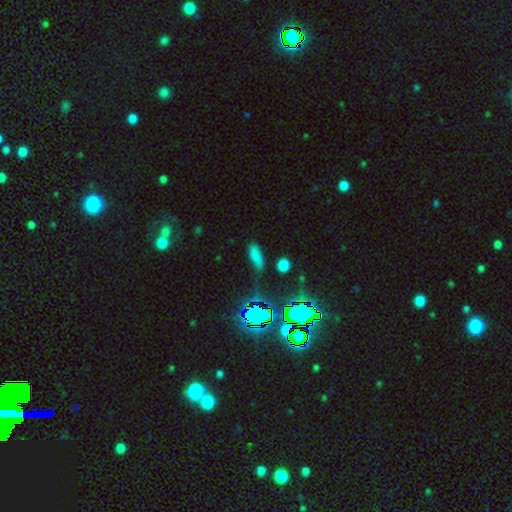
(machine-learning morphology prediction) Smooth or featured?
  - smooth: 70% *
  - star or artifact: 19%
  - featured or disk: 10%
How rounded?
  - in between: 52% *
  - cigar-shaped: 43%
  - round: 5%
Merging?
  - none: 64% *
  - minor disturbance: 22%
  - major disturbance: 9%
  - merger: 6%